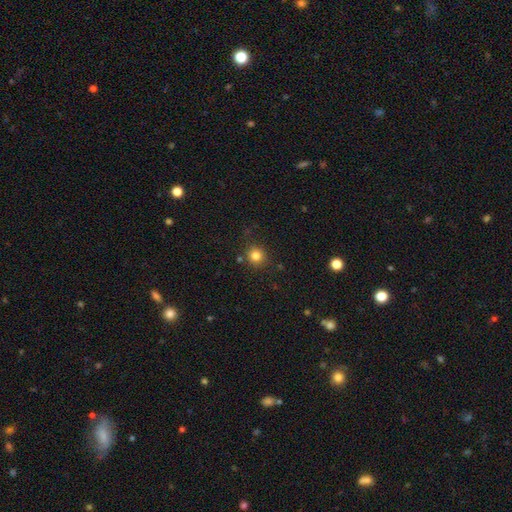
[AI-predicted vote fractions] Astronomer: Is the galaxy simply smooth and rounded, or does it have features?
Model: smooth — 82%.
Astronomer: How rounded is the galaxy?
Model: round — 90%.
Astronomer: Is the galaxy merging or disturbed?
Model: none — 84%.